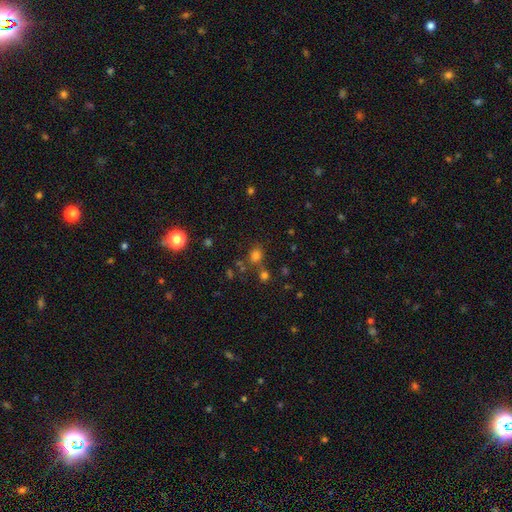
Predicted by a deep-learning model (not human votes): The model was most divided on "how rounded": round: 61%, in between: 38%, cigar-shaped: 1%. More confident: smooth or featured — smooth (72%); merging — none (62%).